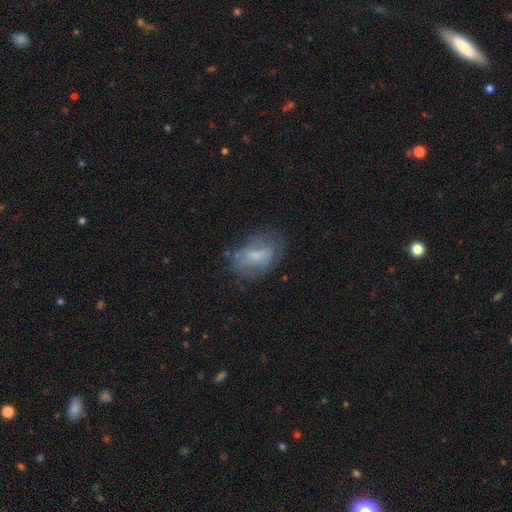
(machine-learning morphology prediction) Q: Smooth or featured?
A: smooth (50%); runner-up: featured or disk (40%)
Q: How rounded?
A: in between (85%); runner-up: round (12%)
Q: Merging?
A: none (52%); runner-up: minor disturbance (26%)